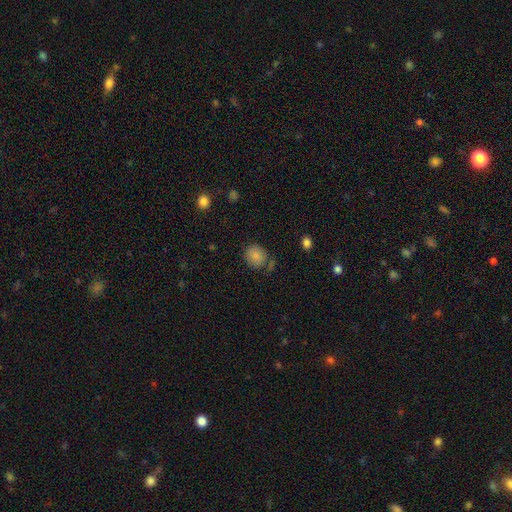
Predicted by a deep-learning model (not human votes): The model was most divided on "how rounded": round: 70%, in between: 29%, cigar-shaped: 1%. More confident: smooth or featured — smooth (84%); merging — none (72%).